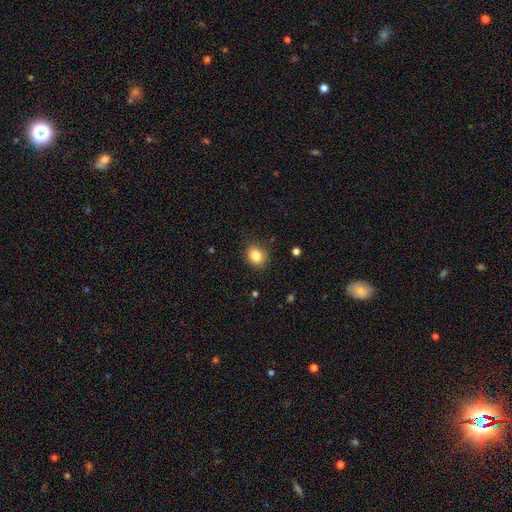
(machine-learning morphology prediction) smooth-or-featured: smooth: 83% | star or artifact: 10% | featured or disk: 7%
  how-rounded: round: 65% | in between: 34% | cigar-shaped: 1%
  merging: none: 85% | minor disturbance: 11% | major disturbance: 3% | merger: 1%